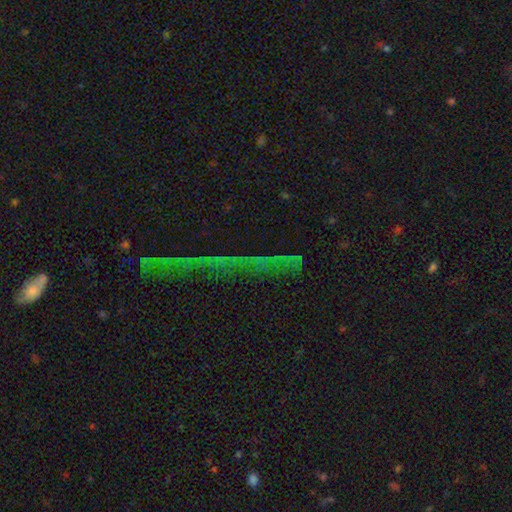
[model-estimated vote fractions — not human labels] star or artifact 78%, featured or disk 12%, smooth 10%.